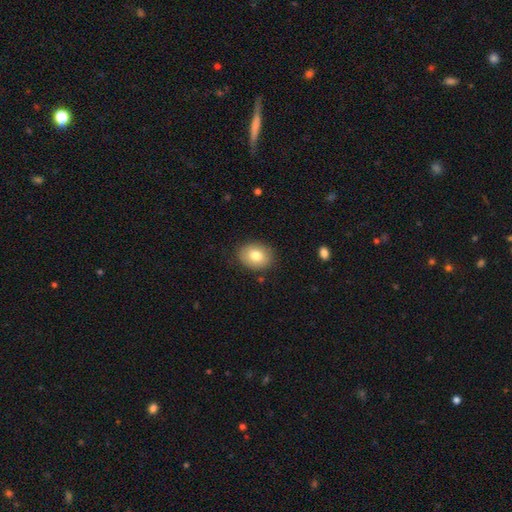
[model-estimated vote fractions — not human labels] Smooth or featured?
  - smooth: 79% *
  - featured or disk: 13%
  - star or artifact: 8%
How rounded?
  - in between: 61% *
  - round: 38%
  - cigar-shaped: 1%
Merging?
  - none: 86% *
  - minor disturbance: 10%
  - major disturbance: 3%
  - merger: 1%